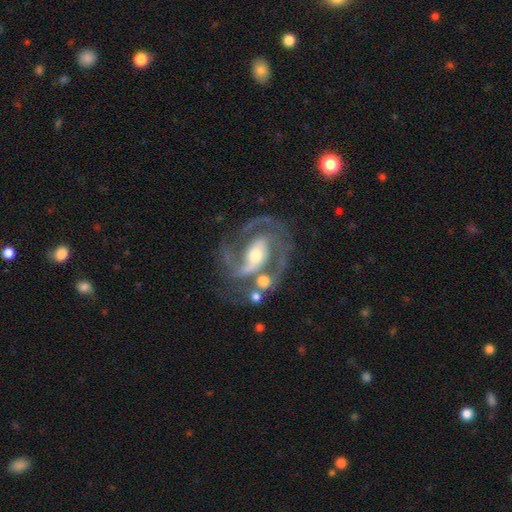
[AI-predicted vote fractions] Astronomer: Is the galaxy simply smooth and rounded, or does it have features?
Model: featured or disk — 90%.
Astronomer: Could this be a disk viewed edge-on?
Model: no — 97%.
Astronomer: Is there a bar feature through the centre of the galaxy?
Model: strong — 36%, tied with weak at 36%.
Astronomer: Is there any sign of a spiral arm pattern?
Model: yes — 97%.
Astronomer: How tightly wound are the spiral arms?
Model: medium — 56%.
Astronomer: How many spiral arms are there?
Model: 2 — 73%.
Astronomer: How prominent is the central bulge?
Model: moderate — 59%.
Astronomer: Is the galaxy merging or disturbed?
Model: none — 55%.